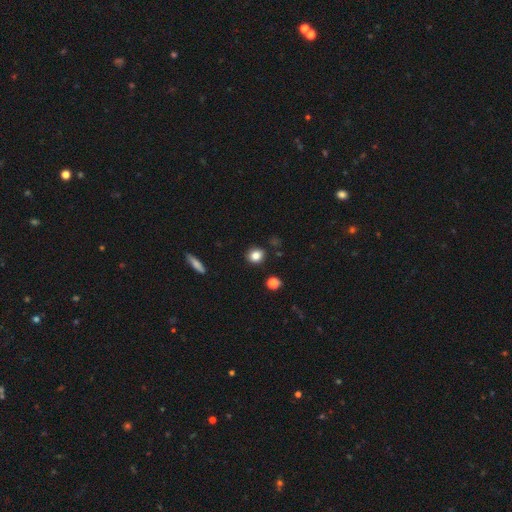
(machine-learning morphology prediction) This appears to be a smooth galaxy with no disk features (83%) that is round (78%). Merging: none (88%).